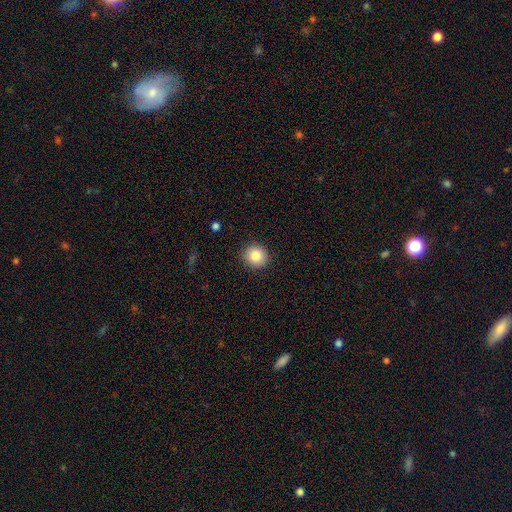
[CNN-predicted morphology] smooth-or-featured: smooth: 83% | star or artifact: 10% | featured or disk: 7%
  how-rounded: round: 90% | in between: 10% | cigar-shaped: 1%
  merging: none: 90% | minor disturbance: 7% | major disturbance: 2% | merger: 1%